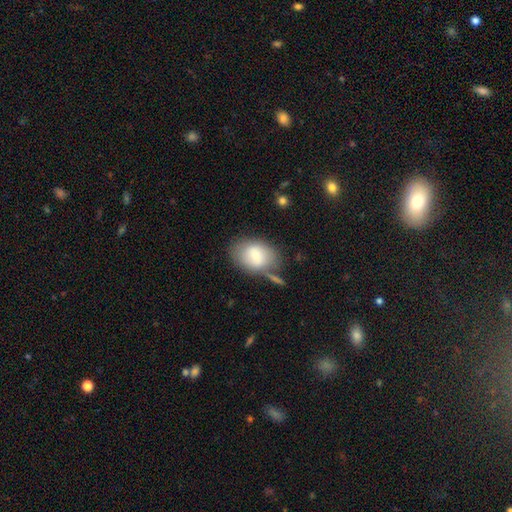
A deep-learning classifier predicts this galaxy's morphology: This is likely a smooth galaxy (74%). How rounded: likely in between (75%). Merging: possibly none (59%).